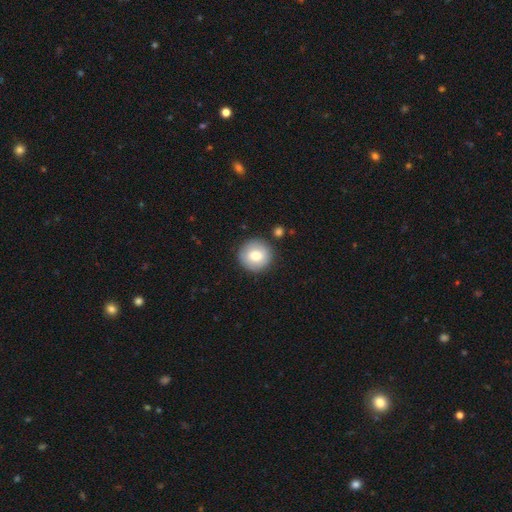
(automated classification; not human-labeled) smooth-or-featured: smooth: 78% | featured or disk: 15% | star or artifact: 8%
  how-rounded: round: 94% | in between: 5% | cigar-shaped: 1%
  merging: none: 86% | minor disturbance: 9% | merger: 3% | major disturbance: 2%